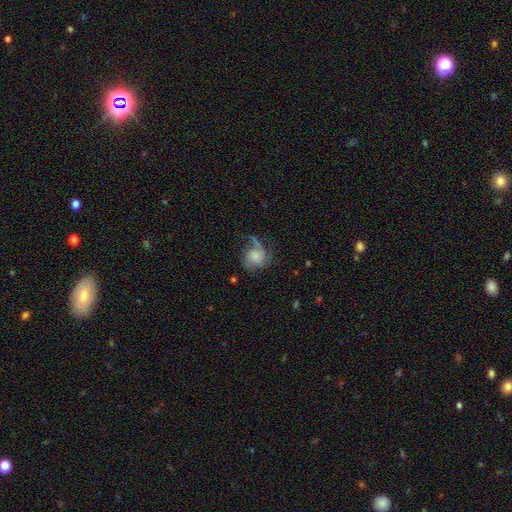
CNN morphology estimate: Smooth or featured?
  - featured or disk: 55% *
  - smooth: 36%
  - star or artifact: 9%
Edge-on disk?
  - no: 98% *
  - yes: 2%
Bar?
  - no: 69% *
  - weak: 27%
  - strong: 4%
Spiral arms?
  - yes: 86% *
  - no: 14%
Bulge size?
  - small: 33% *
  - moderate: 26%
  - none: 25%
  - large: 12%
  - dominant: 3%
Merging?
  - none: 41% *
  - major disturbance: 32%
  - minor disturbance: 24%
  - merger: 3%